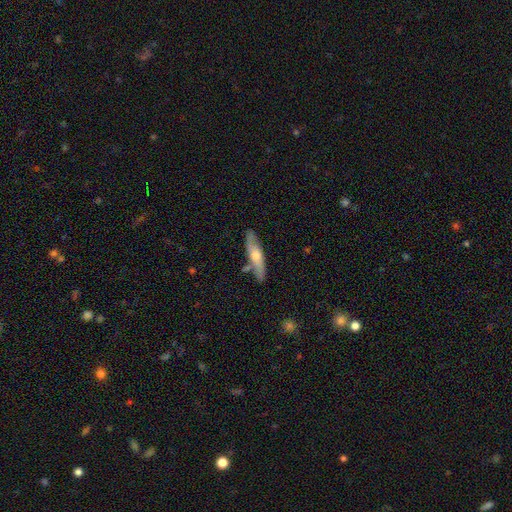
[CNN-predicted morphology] A featured or disk galaxy (58%) viewed edge-on (62%). Merging: none (77%).